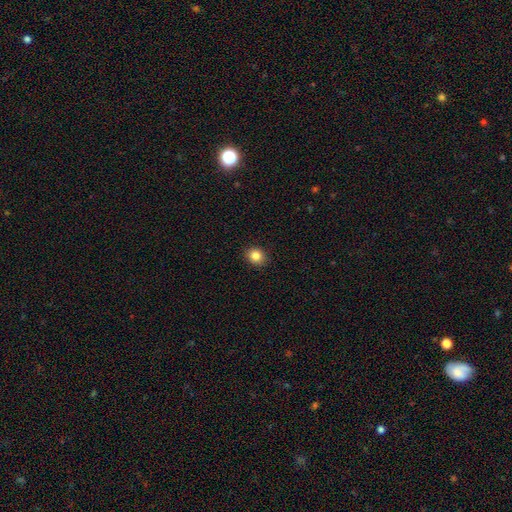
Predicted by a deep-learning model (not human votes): A smooth galaxy with no disk features (84%) that is round (64%). Merging: none (90%).